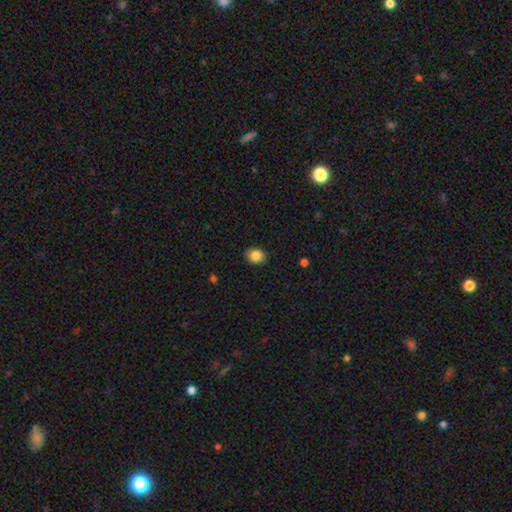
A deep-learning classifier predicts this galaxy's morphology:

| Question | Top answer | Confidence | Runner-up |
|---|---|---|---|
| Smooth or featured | smooth | 86% | star or artifact (9%) |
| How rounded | round | 54% | in between (45%) |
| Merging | none | 87% | minor disturbance (10%) |